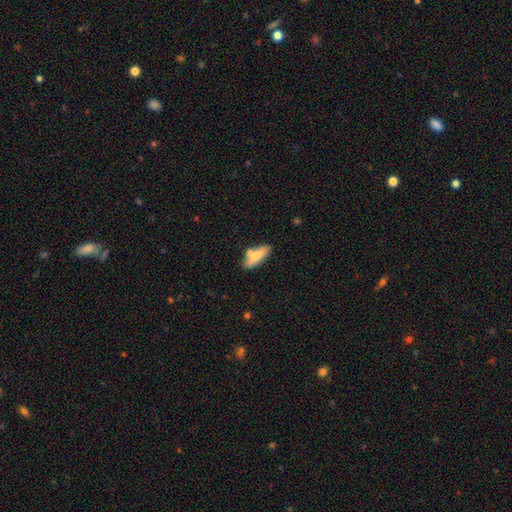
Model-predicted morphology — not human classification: type=smooth (72%); roundness=in between (55%); merging=none (63%).